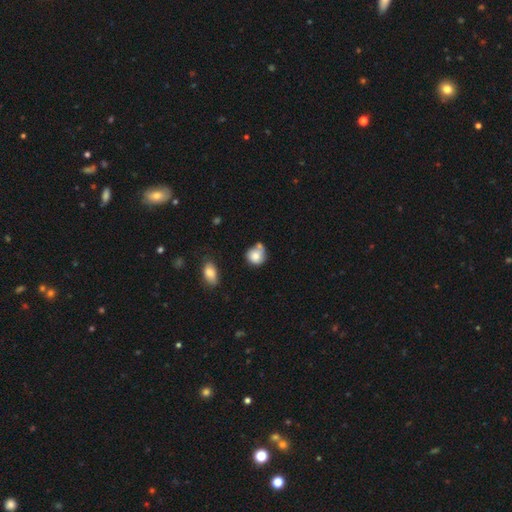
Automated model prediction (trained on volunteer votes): Overall: smooth (78%). How rounded: round (78%). Merging: none (44%; minor disturbance 24%).